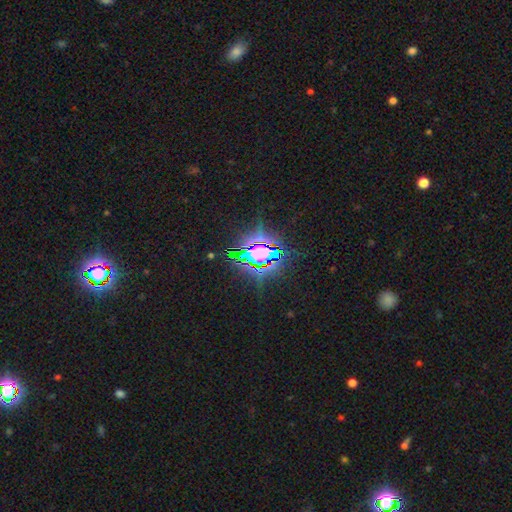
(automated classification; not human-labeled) Smooth or featured? Predicted: star or artifact (p=0.77).